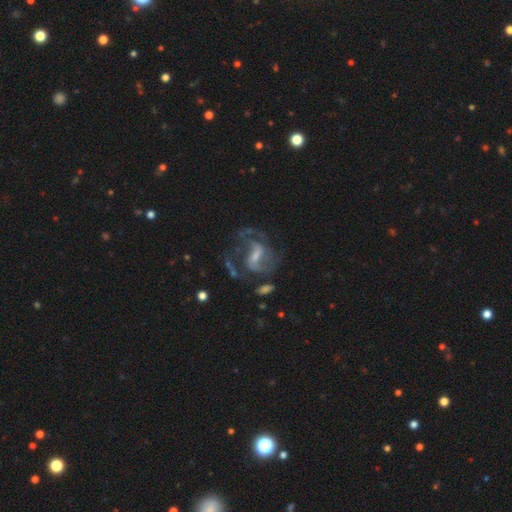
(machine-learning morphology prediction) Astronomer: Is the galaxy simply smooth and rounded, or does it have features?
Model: featured or disk — 80%.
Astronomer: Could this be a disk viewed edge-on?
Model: no — 96%.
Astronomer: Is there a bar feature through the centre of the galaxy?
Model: weak — 49% (runner-up: strong, 30%).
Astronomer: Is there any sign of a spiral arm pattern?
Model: yes — 86%.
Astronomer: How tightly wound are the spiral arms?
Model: medium — 51% (runner-up: loose, 29%).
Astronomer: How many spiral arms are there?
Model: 2 — 57%.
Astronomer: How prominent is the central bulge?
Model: small — 44% (runner-up: moderate, 32%).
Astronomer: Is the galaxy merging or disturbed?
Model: none — 51% (runner-up: major disturbance, 26%).